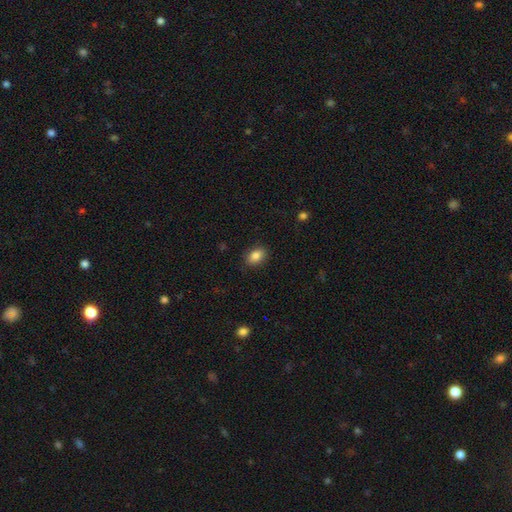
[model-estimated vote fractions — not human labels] This is clearly a smooth galaxy (85%). How rounded: likely in between (79%). Merging: clearly none (87%).